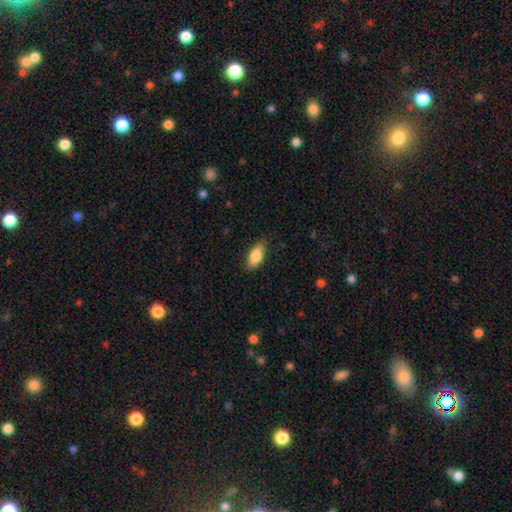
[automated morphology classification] Smooth or featured: smooth — 80% (featured or disk — 13%)
How rounded: in between — 86% (cigar-shaped — 11%)
Merging: none — 77% (minor disturbance — 19%)